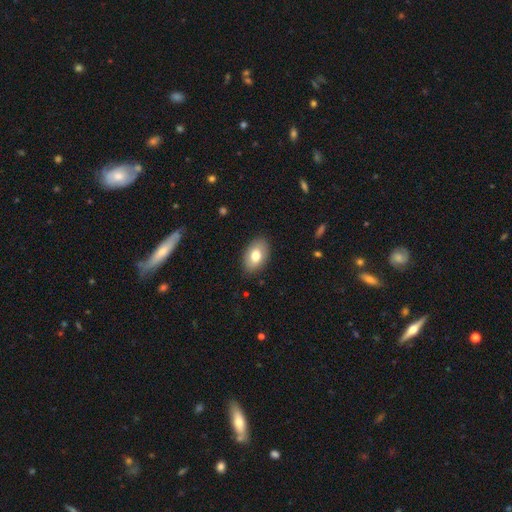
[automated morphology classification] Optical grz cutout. It shows a smooth galaxy with no disk features (76%) that is in between round and cigar-shaped (90%). Merging: none (87%).